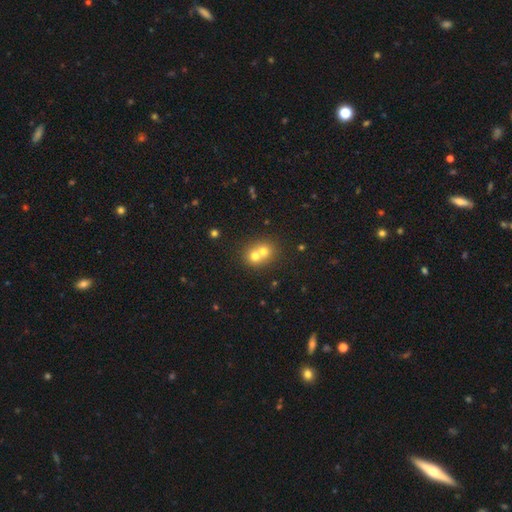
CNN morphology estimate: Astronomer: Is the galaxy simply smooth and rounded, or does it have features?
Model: smooth — 67%.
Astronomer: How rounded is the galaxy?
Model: round — 77%.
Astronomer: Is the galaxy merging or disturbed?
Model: merger — 66%.